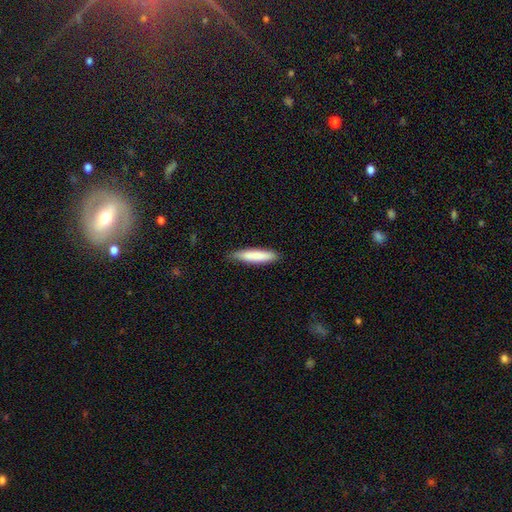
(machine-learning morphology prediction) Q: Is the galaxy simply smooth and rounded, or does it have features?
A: smooth — 84%.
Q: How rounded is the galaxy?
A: cigar-shaped — 85%.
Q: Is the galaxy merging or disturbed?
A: none — 84%.